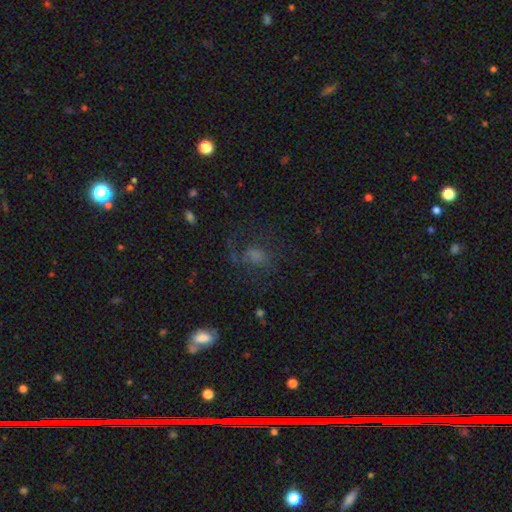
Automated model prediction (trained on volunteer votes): Overall: smooth (48%; featured or disk 30%). Merging: none (46%; major disturbance 32%).